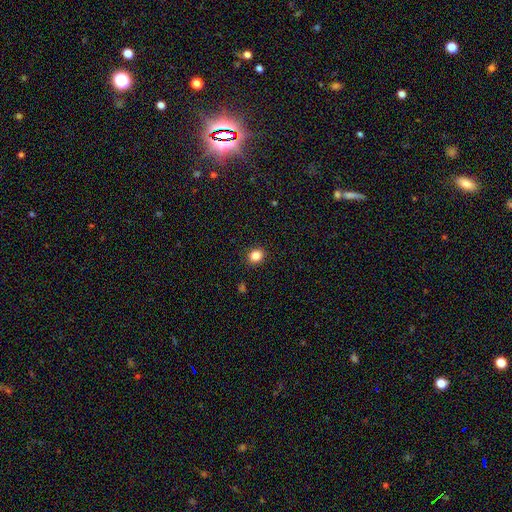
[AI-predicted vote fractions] Q: Smooth or featured?
A: smooth (84%); runner-up: star or artifact (11%)
Q: How rounded?
A: round (76%); runner-up: in between (24%)
Q: Merging?
A: none (91%); runner-up: minor disturbance (6%)